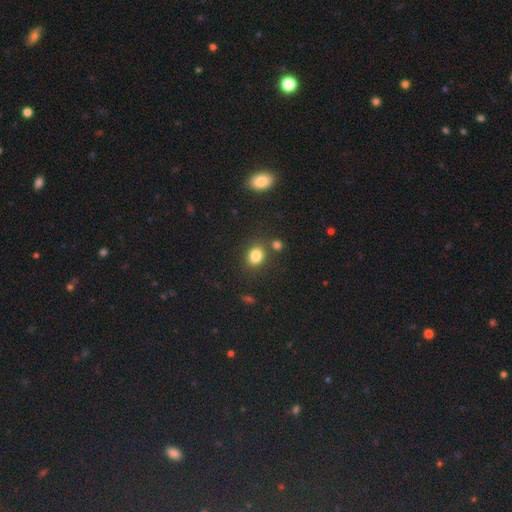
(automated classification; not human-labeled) smooth_or_featured: smooth (p=0.83) [alt: star or artifact p=0.12]
how_rounded: round (p=0.55) [alt: in between p=0.44]
merging: none (p=0.74) [alt: minor disturbance p=0.12]